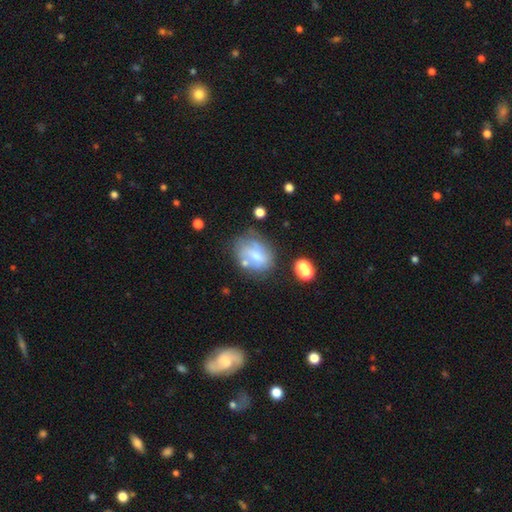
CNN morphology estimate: smooth 52%, featured or disk 38%, star or artifact 10%. Down the decision tree: how rounded — in between (53%); merging — none (50%).